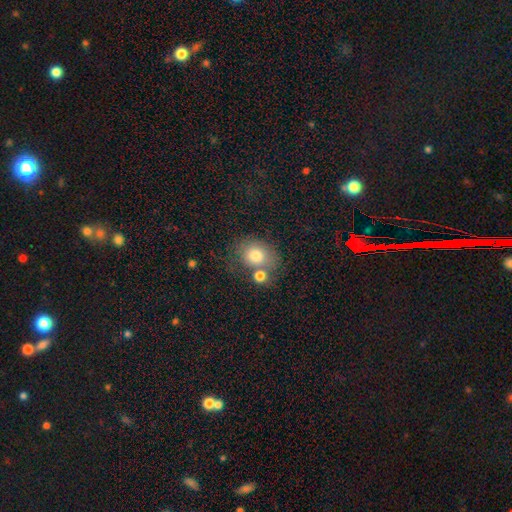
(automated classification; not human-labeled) Morphology: type=smooth (78%); roundness=round (59%); merging=none (50%).